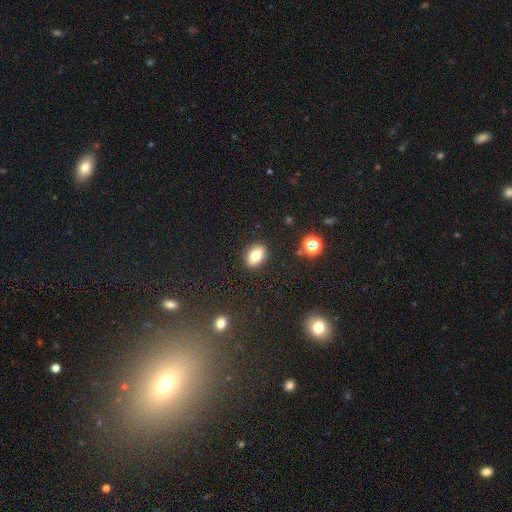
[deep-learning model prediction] Smooth or featured? Predicted: smooth (p=0.79). How rounded? Predicted: in between (p=0.79). Merging? Predicted: none (p=0.89).